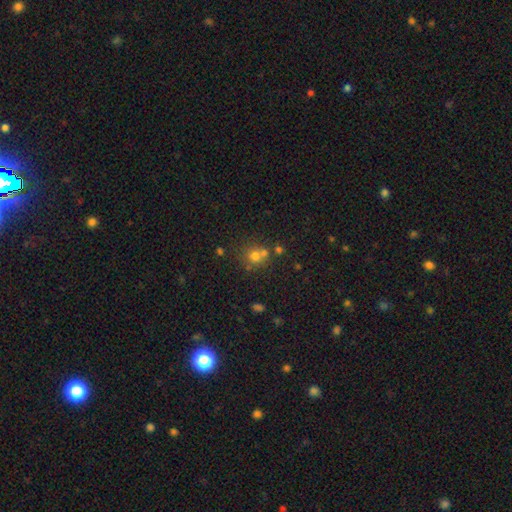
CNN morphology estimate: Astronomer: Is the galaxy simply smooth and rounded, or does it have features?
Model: smooth — 66%.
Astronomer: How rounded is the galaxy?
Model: round — 87%.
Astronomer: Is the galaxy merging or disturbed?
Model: none — 55% (runner-up: merger, 33%).